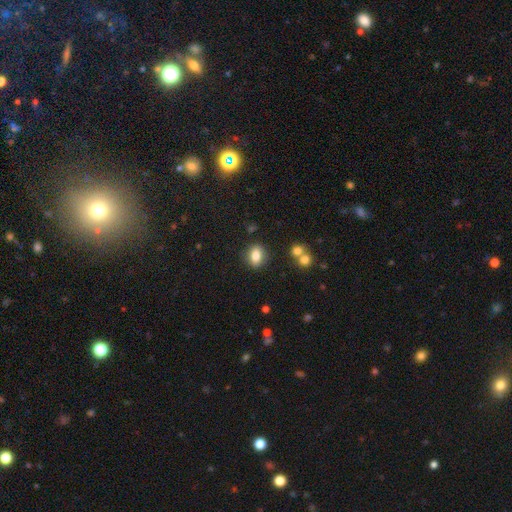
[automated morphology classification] smooth-or-featured: smooth: 80% | featured or disk: 11% | star or artifact: 9%
  how-rounded: in between: 61% | round: 36% | cigar-shaped: 2%
  merging: none: 85% | minor disturbance: 9% | merger: 4% | major disturbance: 3%